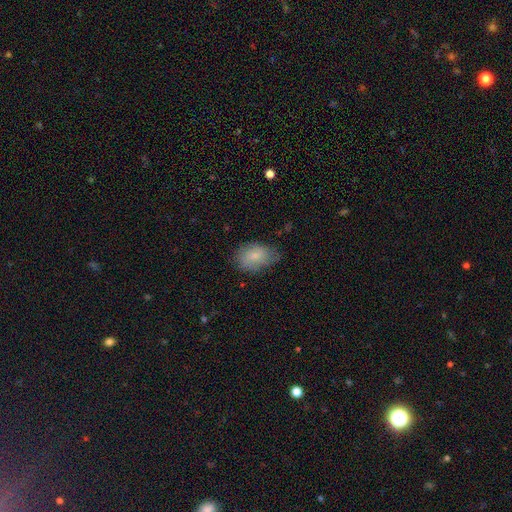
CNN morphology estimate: Overall: smooth (77%). How rounded: in between (85%). Merging: none (59%; minor disturbance 30%).